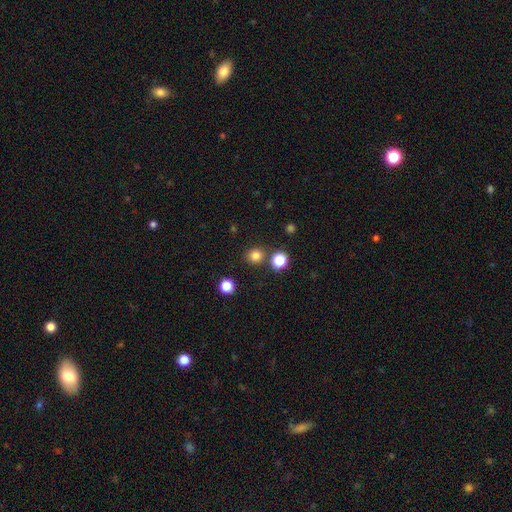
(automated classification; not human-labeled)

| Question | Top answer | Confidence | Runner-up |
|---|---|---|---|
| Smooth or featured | smooth | 81% | star or artifact (15%) |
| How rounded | round | 86% | in between (13%) |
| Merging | none | 80% | merger (10%) |